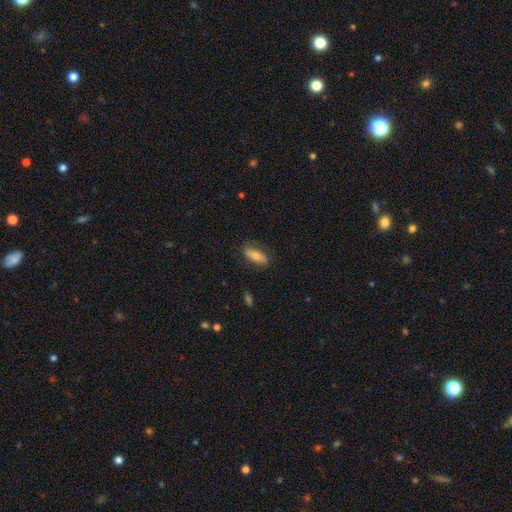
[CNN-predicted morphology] smooth 60%, featured or disk 33%, star or artifact 7%. Down the decision tree: how rounded — in between (71%); merging — none (77%).